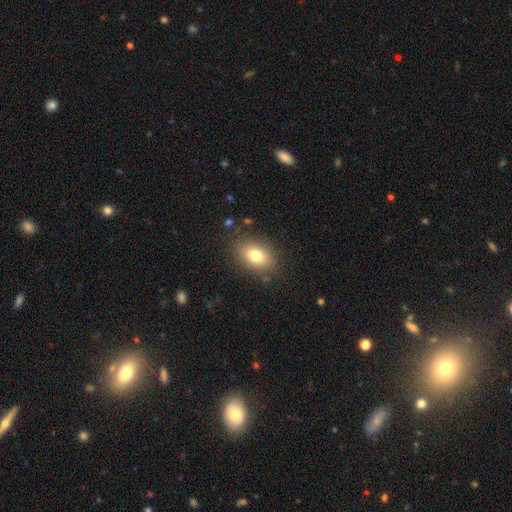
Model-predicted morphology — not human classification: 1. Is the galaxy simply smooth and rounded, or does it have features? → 78% smooth, 12% featured or disk, 10% star or artifact.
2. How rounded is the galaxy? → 78% in between, 21% round, 1% cigar-shaped.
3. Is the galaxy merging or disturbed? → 83% none, 11% minor disturbance, 4% major disturbance, 2% merger.